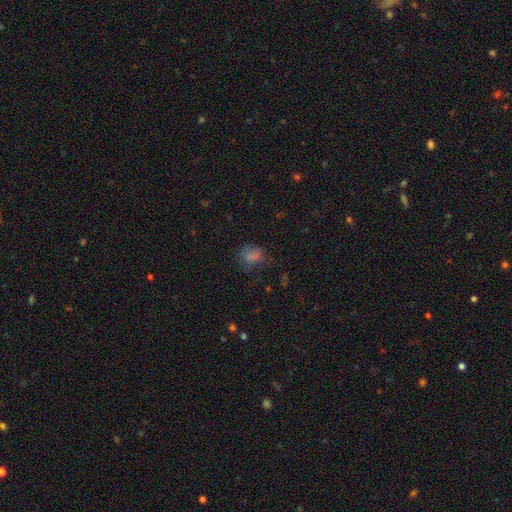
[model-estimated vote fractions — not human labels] A smooth galaxy with no disk features (62%) that is in between round and cigar-shaped (55%). Merging: none (64%).